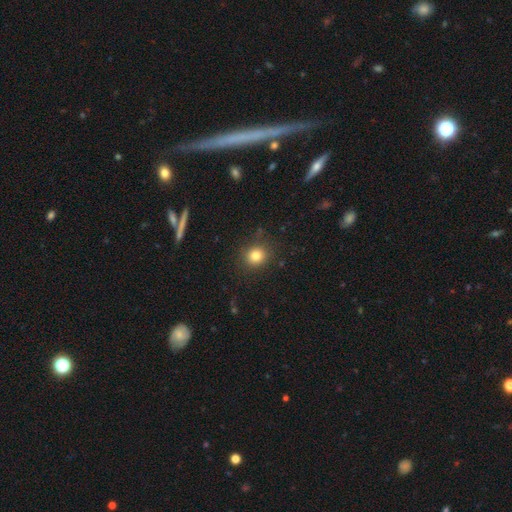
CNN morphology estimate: The model was most divided on "how rounded": round: 84%, in between: 15%, cigar-shaped: 1%. More confident: merging — none (85%); smooth or featured — smooth (81%).